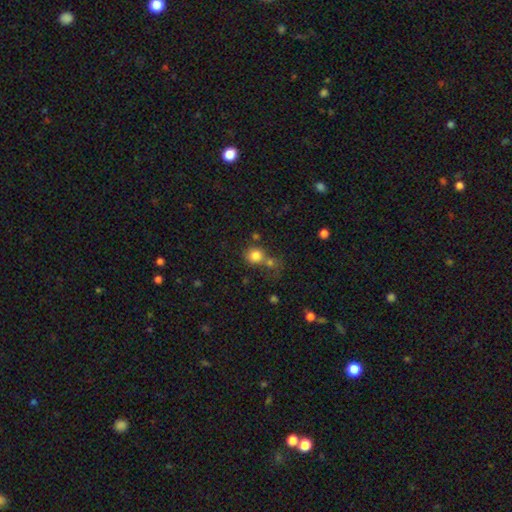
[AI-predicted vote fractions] Morphology: type=smooth (80%); roundness=round (84%); merging=none (49%).